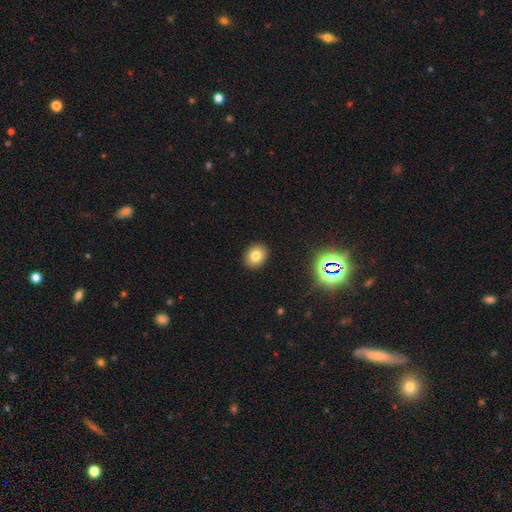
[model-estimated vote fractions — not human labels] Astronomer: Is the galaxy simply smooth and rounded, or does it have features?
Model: smooth — 78%.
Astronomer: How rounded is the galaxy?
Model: round — 57% (runner-up: in between, 42%).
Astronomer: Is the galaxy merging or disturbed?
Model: none — 91%.